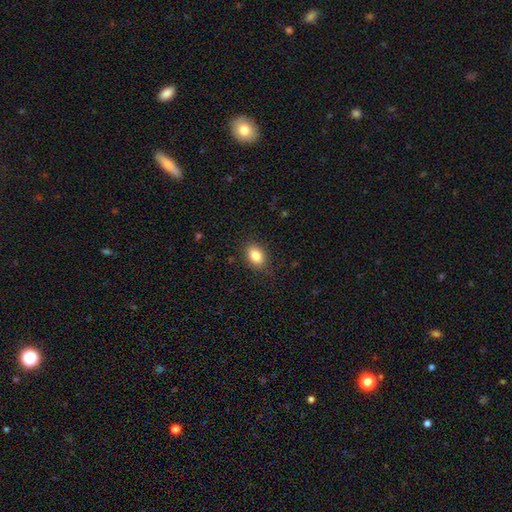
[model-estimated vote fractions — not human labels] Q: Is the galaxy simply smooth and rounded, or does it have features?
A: smooth — 85%.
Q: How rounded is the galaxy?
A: in between — 82%.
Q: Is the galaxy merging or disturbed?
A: none — 84%.